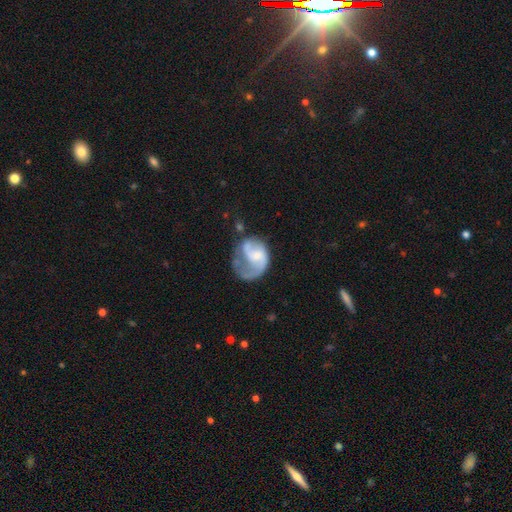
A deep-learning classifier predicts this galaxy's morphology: A featured or disk galaxy (68%) with no bar (61%), 1 (43%) loose (45%) spiral arms (80%) and a small central bulge (44%). Merging: major disturbance (42%).